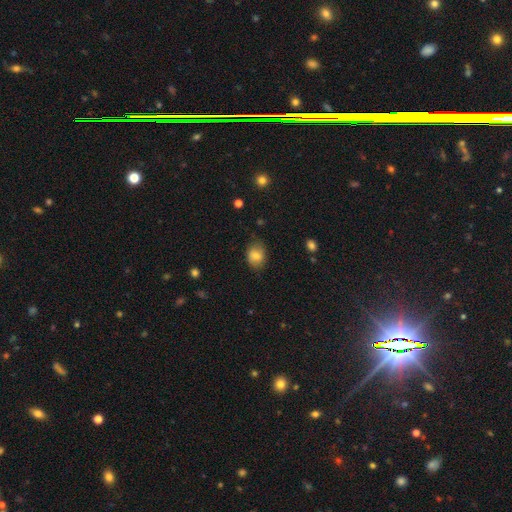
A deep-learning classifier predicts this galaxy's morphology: This appears to be a smooth galaxy with no disk features (78%) that is round (50%). Merging: none (74%).